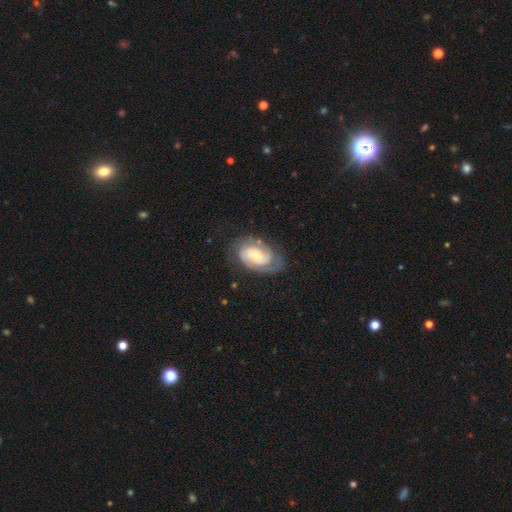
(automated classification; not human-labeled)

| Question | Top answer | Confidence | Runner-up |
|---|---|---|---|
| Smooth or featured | featured or disk | 73% | smooth (21%) |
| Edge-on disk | no | 96% | yes (4%) |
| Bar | no | 61% | weak (31%) |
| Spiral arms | yes | 91% | no (9%) |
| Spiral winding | tight | 48% | medium (38%) |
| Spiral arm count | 2 | 58% | can't tell (22%) |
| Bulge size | small | 58% | moderate (35%) |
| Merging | none | 65% | minor disturbance (22%) |